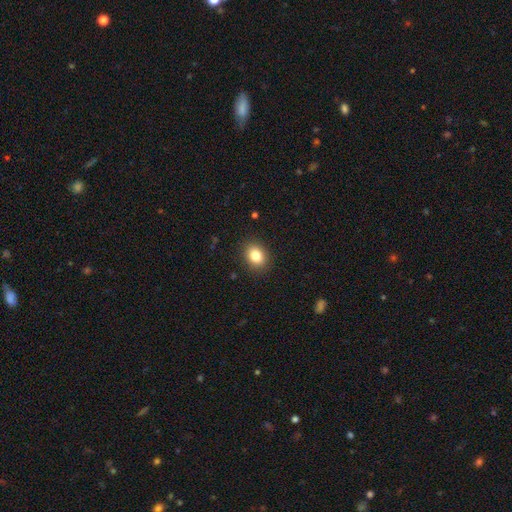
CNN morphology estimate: A smooth galaxy with no disk features (83%) that is in between round and cigar-shaped (56%). Merging: none (88%).